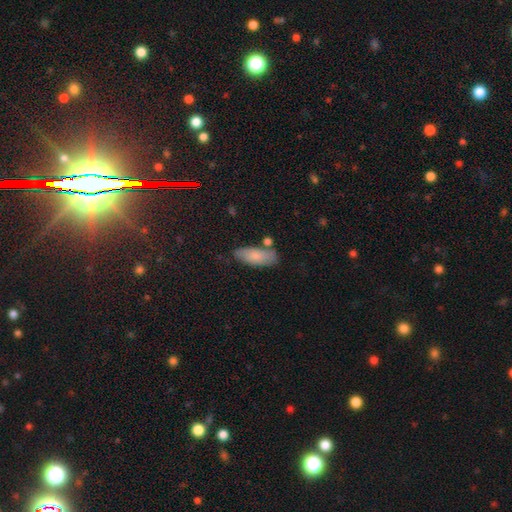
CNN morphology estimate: type=smooth (80%); roundness=in between (74%); merging=none (69%).